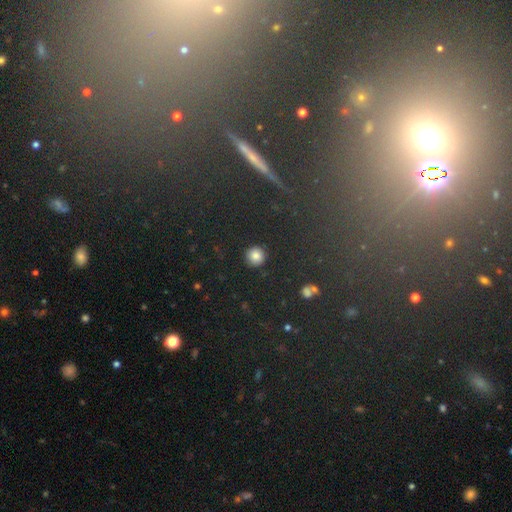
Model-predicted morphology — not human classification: Smooth or featured: smooth — 83% (star or artifact — 11%)
How rounded: round — 94% (in between — 5%)
Merging: none — 91% (minor disturbance — 6%)